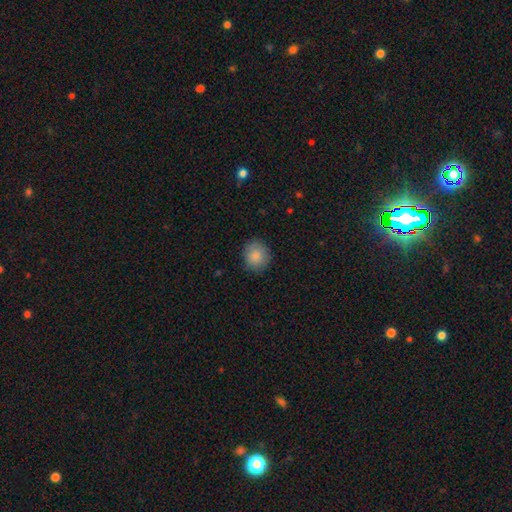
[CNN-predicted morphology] A smooth galaxy with no disk features (87%) that is round (83%). Merging: none (86%).